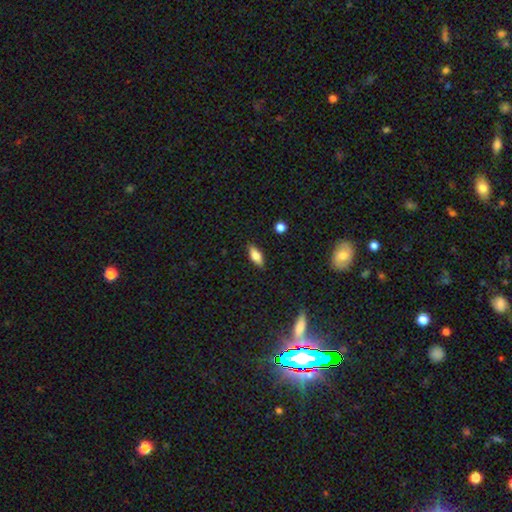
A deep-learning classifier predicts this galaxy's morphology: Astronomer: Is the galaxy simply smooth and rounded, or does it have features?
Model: smooth — 76%.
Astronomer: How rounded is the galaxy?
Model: in between — 80%.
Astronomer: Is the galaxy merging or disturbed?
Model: none — 87%.